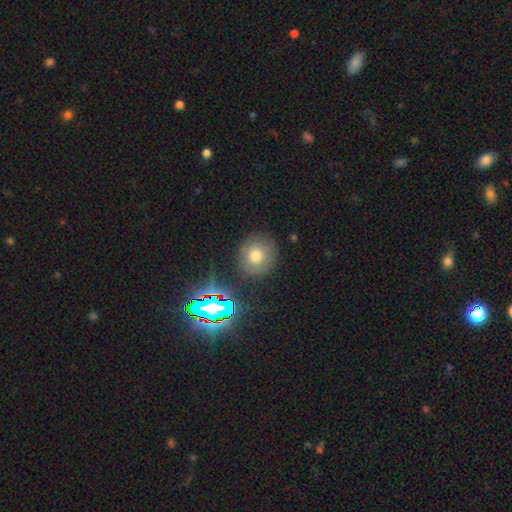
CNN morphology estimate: smooth_or_featured: smooth (p=0.69) [alt: star or artifact p=0.18]
how_rounded: round (p=0.88) [alt: in between p=0.11]
merging: none (p=0.84) [alt: minor disturbance p=0.10]